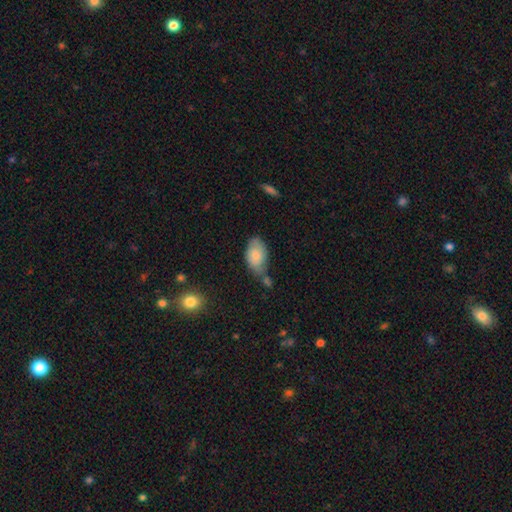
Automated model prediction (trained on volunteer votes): Q: Smooth or featured?
A: smooth (79%); runner-up: featured or disk (14%)
Q: How rounded?
A: in between (91%); runner-up: round (7%)
Q: Merging?
A: none (47%); runner-up: minor disturbance (29%)